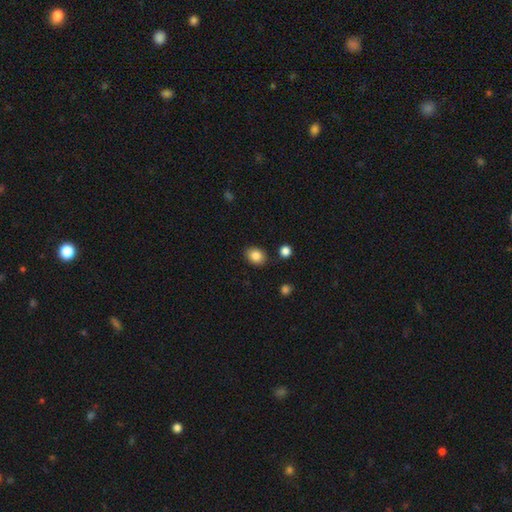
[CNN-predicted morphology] This appears to be a smooth galaxy with no disk features (85%) that is in between round and cigar-shaped (57%). Merging: none (85%).